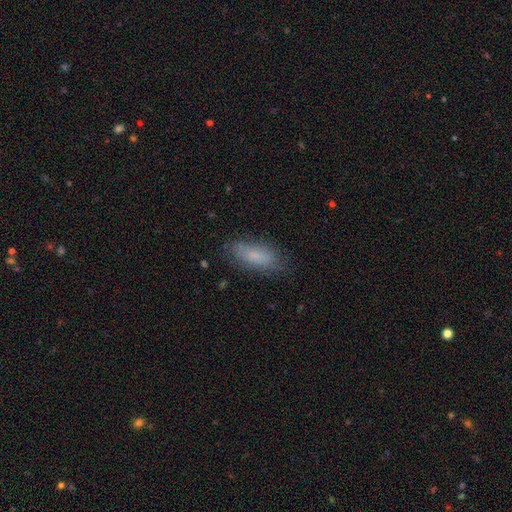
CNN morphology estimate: Smooth or featured? Predicted: smooth (p=0.79). How rounded? Predicted: in between (p=0.75). Merging? Predicted: none (p=0.76).